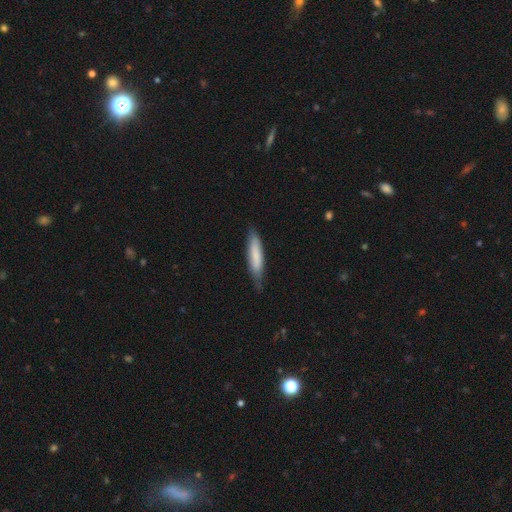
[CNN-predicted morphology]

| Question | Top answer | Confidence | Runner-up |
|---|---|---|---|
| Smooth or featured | smooth | 76% | featured or disk (19%) |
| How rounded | cigar-shaped | 80% | in between (19%) |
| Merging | none | 73% | minor disturbance (23%) |